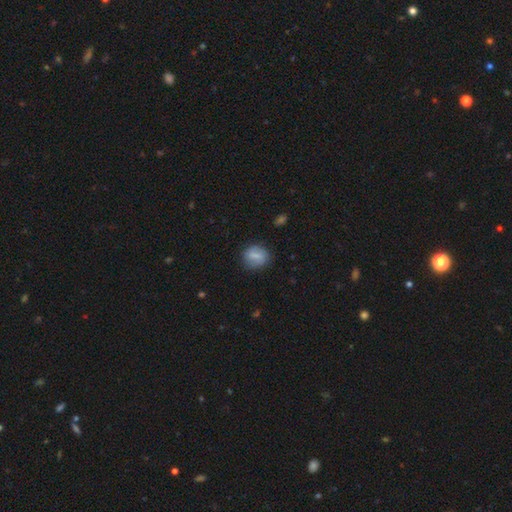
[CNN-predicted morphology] This appears to be a smooth galaxy with no disk features (71%) that is round (64%). Merging: none (80%).